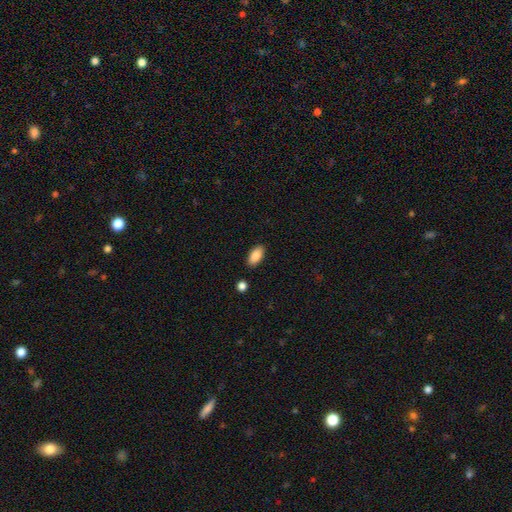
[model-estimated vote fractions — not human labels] Overall: smooth (88%). How rounded: in between (92%). Merging: none (87%).